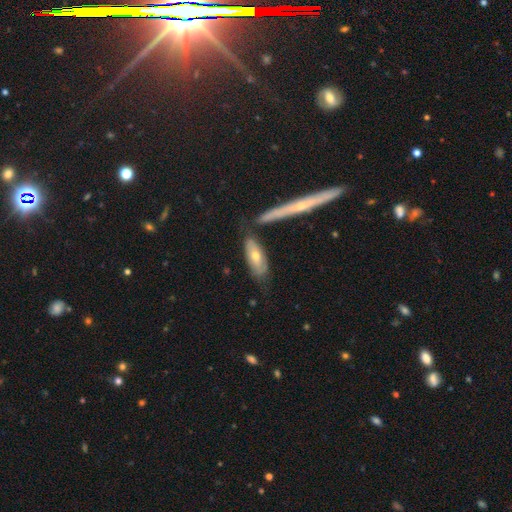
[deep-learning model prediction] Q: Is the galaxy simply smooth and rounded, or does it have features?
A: smooth — 54%.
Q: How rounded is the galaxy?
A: in between — 57%.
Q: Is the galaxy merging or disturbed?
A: none — 65%.